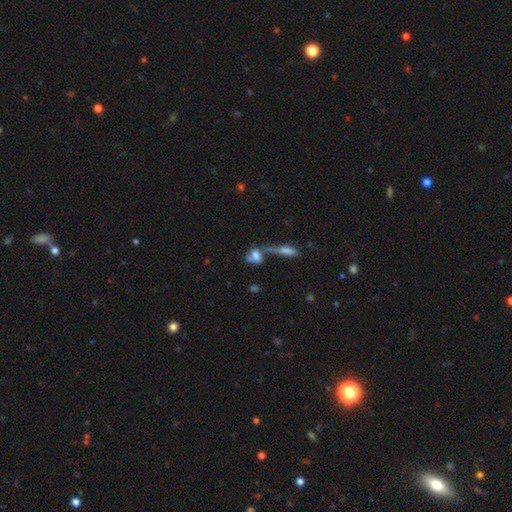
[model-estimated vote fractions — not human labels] Q: Smooth or featured?
A: smooth (59%); runner-up: featured or disk (28%)
Q: How rounded?
A: in between (68%); runner-up: round (21%)
Q: Merging?
A: merger (57%); runner-up: none (22%)